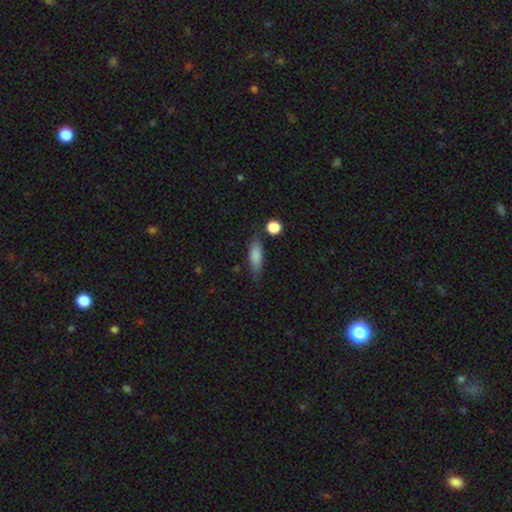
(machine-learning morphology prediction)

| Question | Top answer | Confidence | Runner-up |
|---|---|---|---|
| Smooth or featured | smooth | 81% | featured or disk (11%) |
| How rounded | in between | 62% | cigar-shaped (35%) |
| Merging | none | 70% | minor disturbance (20%) |